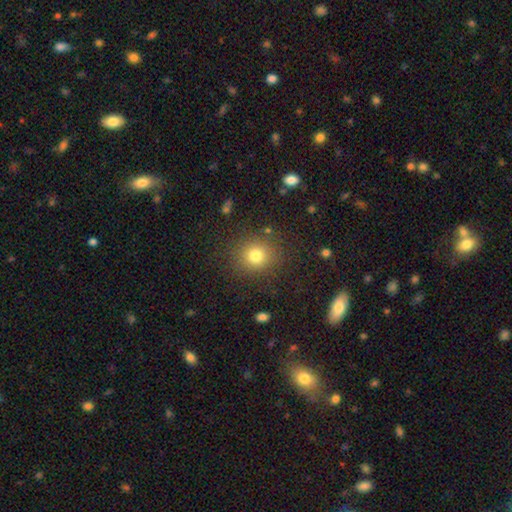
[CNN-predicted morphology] type=smooth (78%); roundness=round (83%); merging=none (85%).